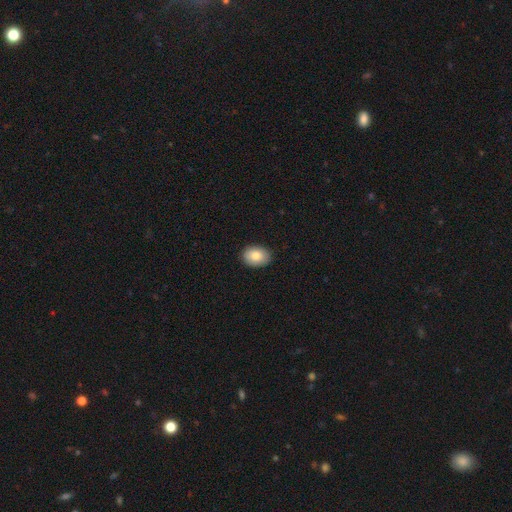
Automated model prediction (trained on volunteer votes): A smooth galaxy with no disk features (84%) that is in between round and cigar-shaped (74%).

Vote fractions:
- Smooth or featured? smooth: 84% / featured or disk: 9% / star or artifact: 7%
- How rounded? in between: 74% / round: 25% / cigar-shaped: 1%
- Merging? none: 89% / minor disturbance: 9% / major disturbance: 2% / merger: 1%